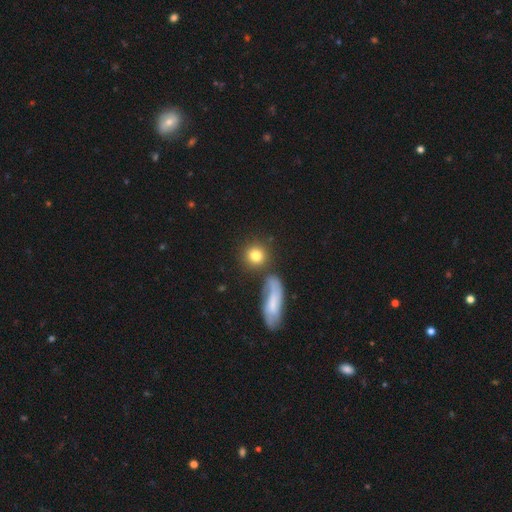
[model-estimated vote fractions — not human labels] Smooth or featured? Predicted: smooth (p=0.80). How rounded? Predicted: round (p=0.84). Merging? Predicted: none (p=0.73).